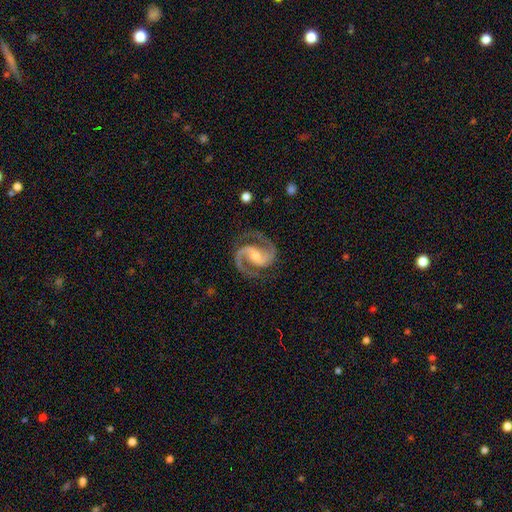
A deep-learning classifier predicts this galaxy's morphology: smooth-or-featured: featured or disk: 94% | star or artifact: 4% | smooth: 2%
  disk-edge-on: no: 98% | yes: 2%
    bar: weak: 41% | no: 33% | strong: 26%
    has-spiral-arms: yes: 99% | no: 1%
      spiral-winding: medium: 68% | tight: 22% | loose: 10%
      spiral-arm-count: 2: 94% | 3: 1% | can't tell: 1% | 1: 1% | 4: 1% | more than 4: 1%
    bulge-size: small: 49% | moderate: 44% | none: 3% | large: 2% | dominant: 1%
  merging: none: 83% | minor disturbance: 12% | major disturbance: 4% | merger: 1%